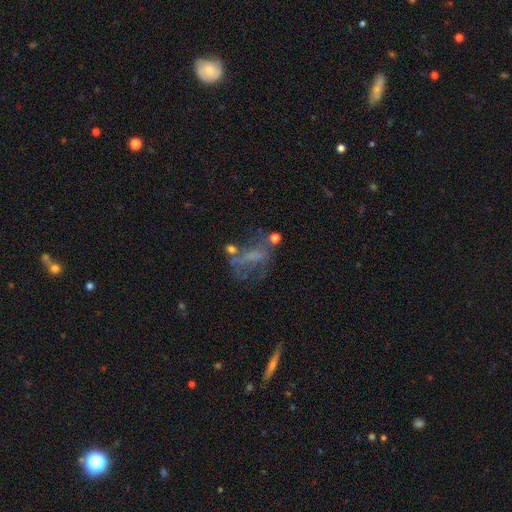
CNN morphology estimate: Smooth or featured? Predicted: featured or disk (p=0.47). Merging? Predicted: none (p=0.40).